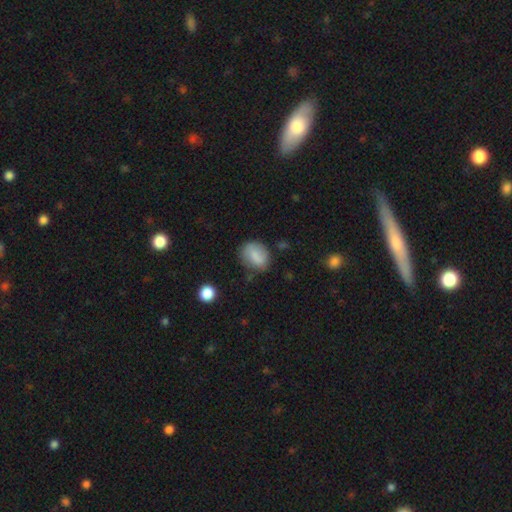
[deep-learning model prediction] Q: Smooth or featured?
A: smooth (79%); runner-up: featured or disk (13%)
Q: How rounded?
A: in between (58%); runner-up: round (40%)
Q: Merging?
A: none (67%); runner-up: minor disturbance (23%)